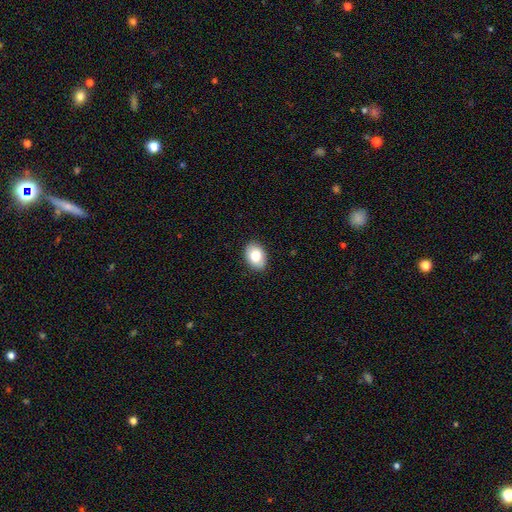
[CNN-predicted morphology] Smooth or featured?
  - smooth: 81% *
  - featured or disk: 11%
  - star or artifact: 8%
How rounded?
  - in between: 79% *
  - round: 20%
  - cigar-shaped: 1%
Merging?
  - none: 89% *
  - minor disturbance: 8%
  - major disturbance: 2%
  - merger: 1%